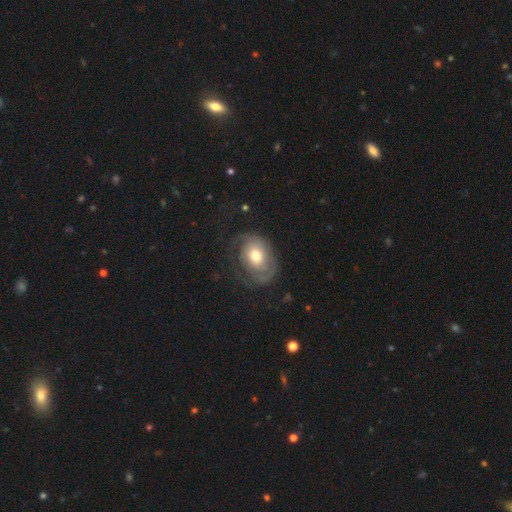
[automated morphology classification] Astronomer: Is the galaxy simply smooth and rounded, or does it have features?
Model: featured or disk — 57% (runner-up: smooth, 36%).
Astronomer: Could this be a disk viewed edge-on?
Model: no — 96%.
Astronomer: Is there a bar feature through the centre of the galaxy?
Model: no — 79%.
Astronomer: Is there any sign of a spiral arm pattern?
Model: yes — 76%.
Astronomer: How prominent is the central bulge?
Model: moderate — 65%.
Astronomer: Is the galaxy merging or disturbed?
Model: none — 56%.